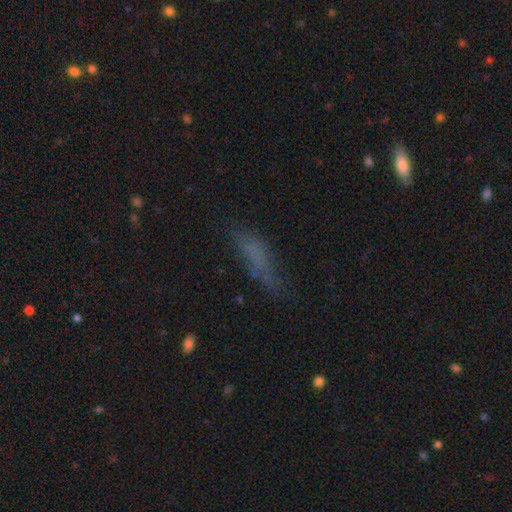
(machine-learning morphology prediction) smooth-or-featured: smooth: 57% | featured or disk: 24% | star or artifact: 19%
  how-rounded: cigar-shaped: 54% | in between: 42% | round: 4%
  merging: none: 52% | minor disturbance: 27% | major disturbance: 18% | merger: 3%